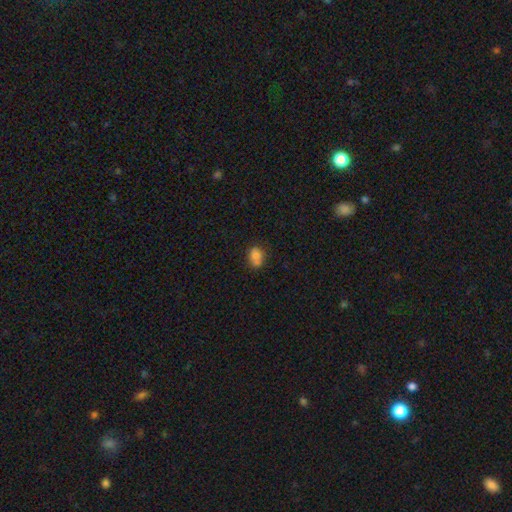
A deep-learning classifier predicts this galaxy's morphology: This appears to be a smooth galaxy with no disk features (76%) that is in between round and cigar-shaped (50%). Merging: none (42%).